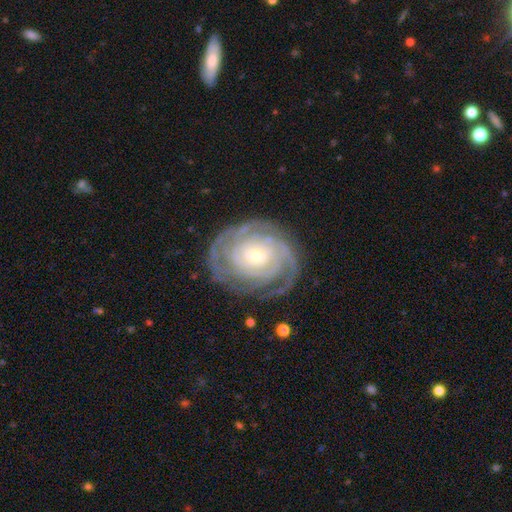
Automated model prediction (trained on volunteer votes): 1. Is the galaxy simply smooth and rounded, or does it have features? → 88% featured or disk, 7% smooth, 5% star or artifact.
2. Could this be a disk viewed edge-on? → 97% no, 3% yes.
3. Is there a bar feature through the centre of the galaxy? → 61% no, 30% weak, 9% strong.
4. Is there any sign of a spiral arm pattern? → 97% yes, 3% no.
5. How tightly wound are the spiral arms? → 81% tight, 16% medium, 3% loose.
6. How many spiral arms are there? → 30% can't tell, 21% 3, 20% 2, 15% 4, 8% more than 4, 7% 1.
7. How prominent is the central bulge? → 63% small, 31% moderate, 3% large, 1% none, 1% dominant.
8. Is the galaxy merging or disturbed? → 77% none, 15% minor disturbance, 6% major disturbance, 1% merger.